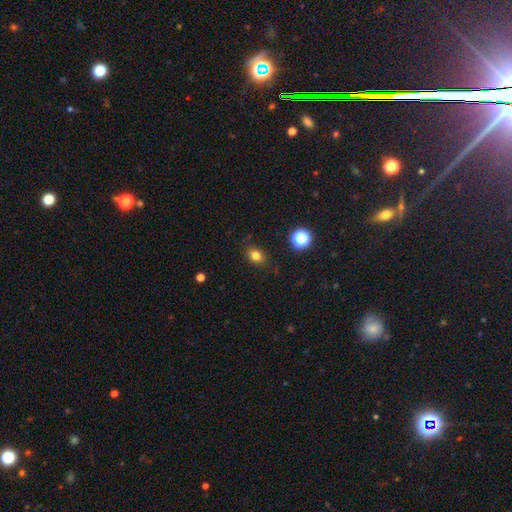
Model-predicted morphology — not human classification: Smooth or featured? Predicted: smooth (p=0.80). How rounded? Predicted: in between (p=0.65). Merging? Predicted: none (p=0.83).